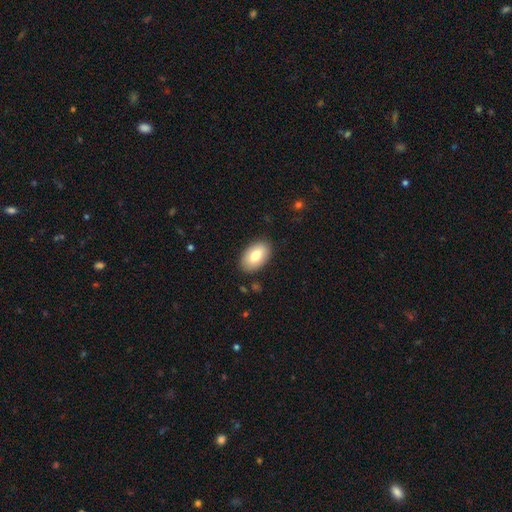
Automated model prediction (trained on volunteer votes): A smooth galaxy with no disk features (78%) that is in between round and cigar-shaped (93%). Merging: none (87%).